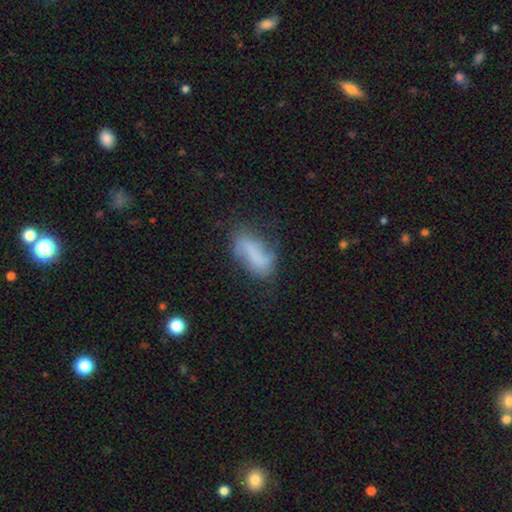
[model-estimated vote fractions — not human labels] This is possibly a smooth galaxy (54%). How rounded: likely in between (78%). Merging: possibly none (49%).